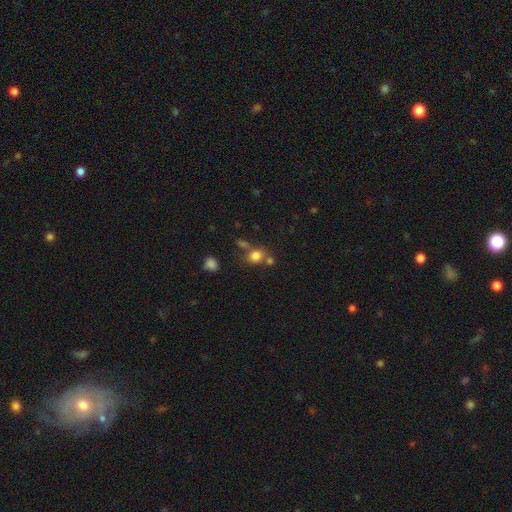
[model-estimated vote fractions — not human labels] Smooth or featured? smooth (78%)
How rounded? round (61%)
Merging? none (57%)